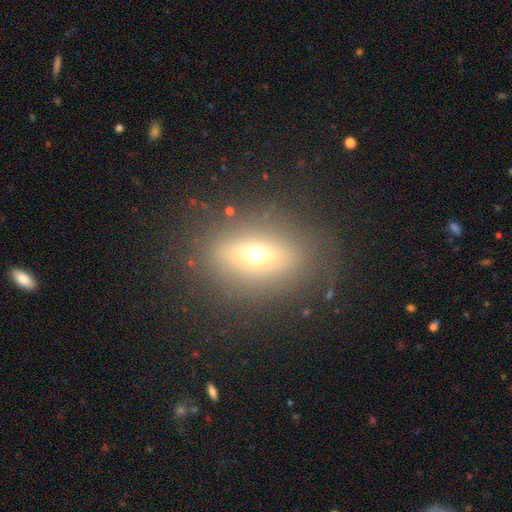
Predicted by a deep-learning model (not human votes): Overall: smooth (51%; featured or disk 31%). How rounded: in between (63%; round 27%). Merging: none (79%).